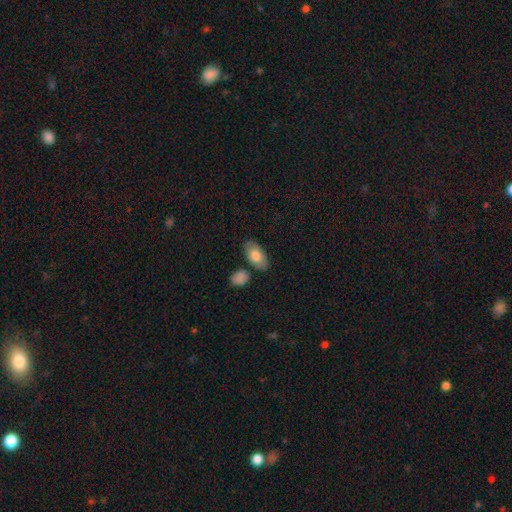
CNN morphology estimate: Smooth or featured: smooth — 75% (featured or disk — 19%)
How rounded: in between — 93% (round — 4%)
Merging: none — 76% (minor disturbance — 13%)